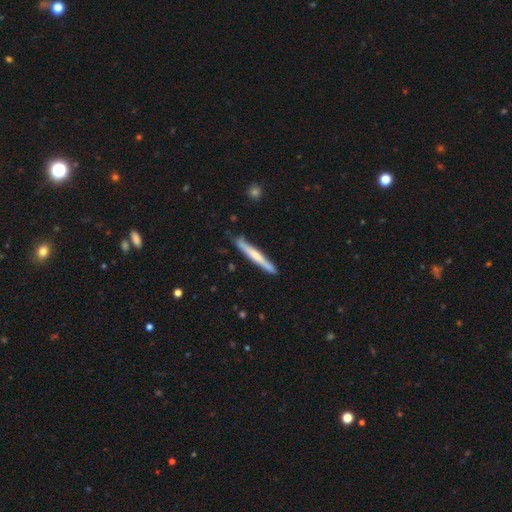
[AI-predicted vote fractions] Smooth or featured? smooth (49%)
Merging? none (83%)